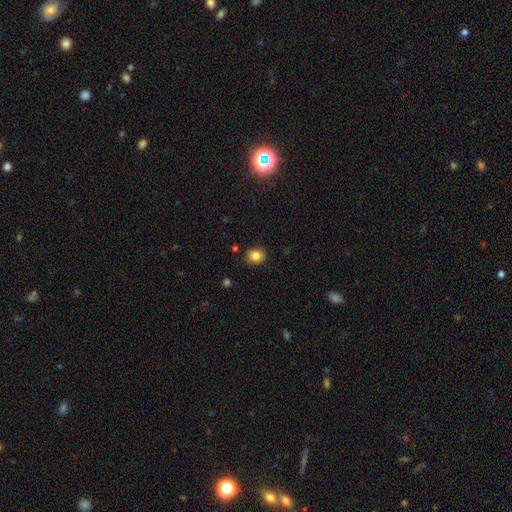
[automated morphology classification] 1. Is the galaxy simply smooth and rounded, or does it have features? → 83% smooth, 11% star or artifact, 7% featured or disk.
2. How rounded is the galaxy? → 76% round, 23% in between, 1% cigar-shaped.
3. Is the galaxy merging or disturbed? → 89% none, 8% minor disturbance, 2% major disturbance, 1% merger.